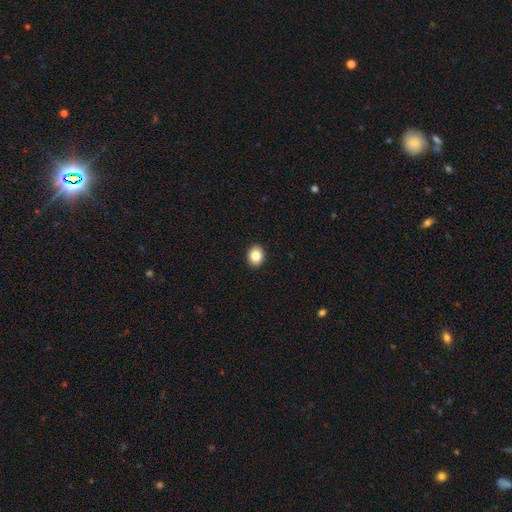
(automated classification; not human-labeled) smooth 84%, star or artifact 9%, featured or disk 7%. Down the decision tree: how rounded — round (56%); merging — none (92%).